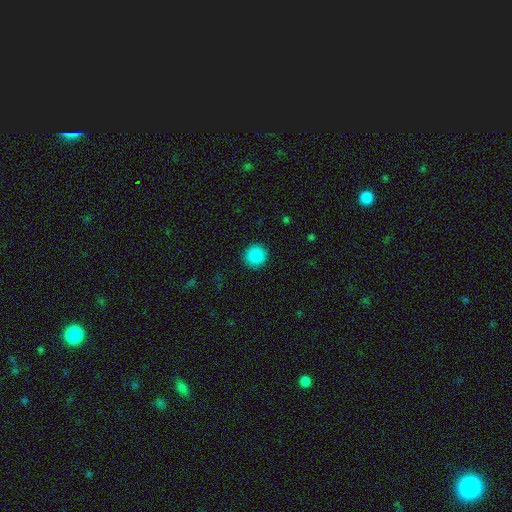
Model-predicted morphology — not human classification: Q: Smooth or featured?
A: smooth (88%); runner-up: star or artifact (9%)
Q: How rounded?
A: round (94%); runner-up: in between (5%)
Q: Merging?
A: none (92%); runner-up: minor disturbance (5%)